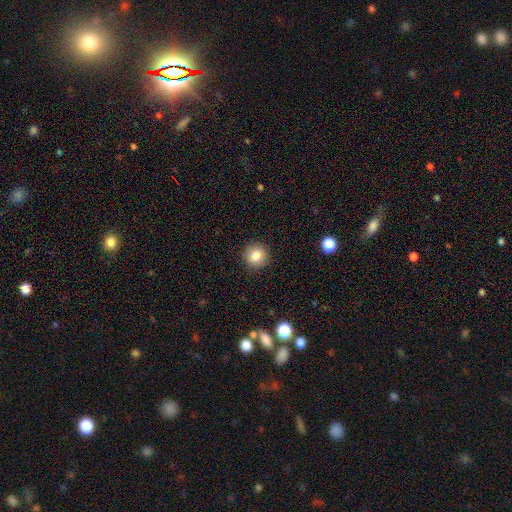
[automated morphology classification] This is clearly a smooth galaxy (84%). How rounded: clearly round (94%). Merging: clearly none (91%).